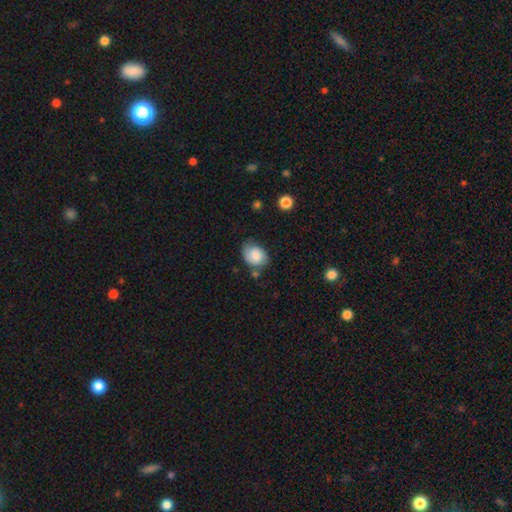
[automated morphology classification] Smooth or featured?
  - smooth: 71% *
  - featured or disk: 21%
  - star or artifact: 8%
How rounded?
  - in between: 61% *
  - round: 38%
  - cigar-shaped: 1%
Merging?
  - none: 58% *
  - minor disturbance: 29%
  - major disturbance: 8%
  - merger: 5%